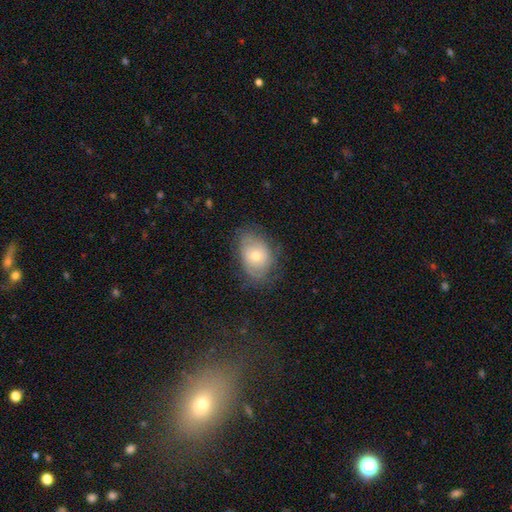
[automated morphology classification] Smooth or featured: smooth — 49% (featured or disk — 42%)
Merging: none — 66% (minor disturbance — 23%)